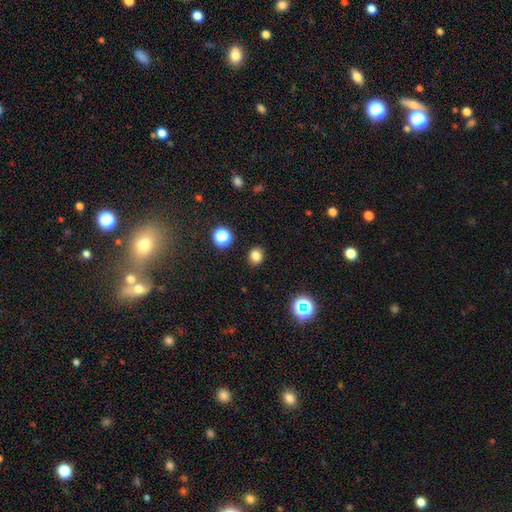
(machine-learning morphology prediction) A smooth galaxy with no disk features (80%) that is round (66%).

Vote fractions:
- Smooth or featured? smooth: 80% / star or artifact: 14% / featured or disk: 6%
- How rounded? round: 66% / in between: 33% / cigar-shaped: 1%
- Merging? none: 89% / minor disturbance: 8% / major disturbance: 2% / merger: 2%